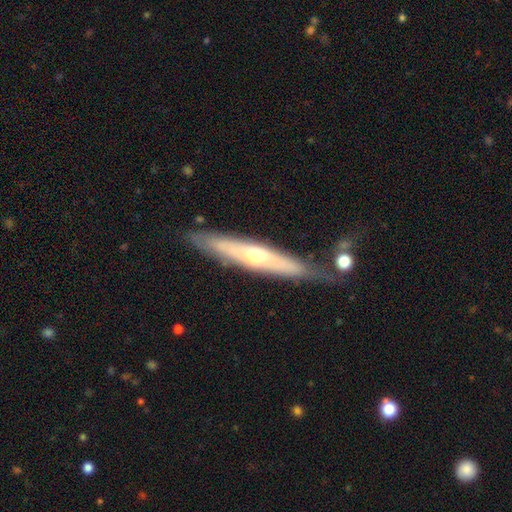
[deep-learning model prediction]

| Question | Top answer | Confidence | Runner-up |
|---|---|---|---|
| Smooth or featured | featured or disk | 62% | smooth (32%) |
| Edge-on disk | yes | 76% | no (24%) |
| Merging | none | 73% | minor disturbance (18%) |